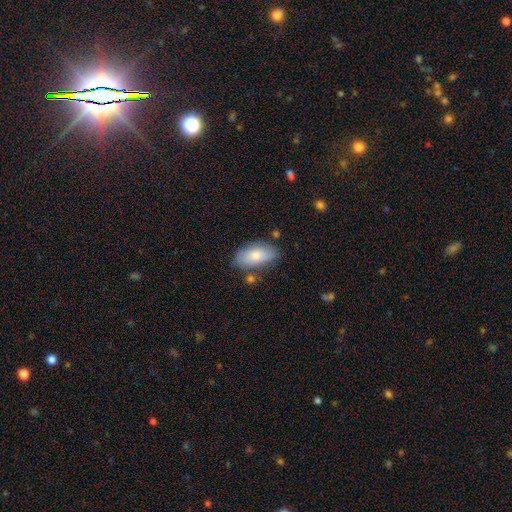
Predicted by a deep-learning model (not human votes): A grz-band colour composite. It shows a smooth galaxy with no disk features (74%) that is in between round and cigar-shaped (93%). Merging: none (72%).